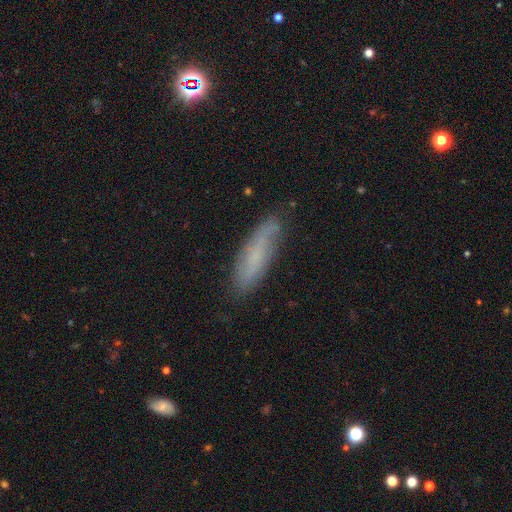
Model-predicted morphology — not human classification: A smooth galaxy with no disk features (58%) that is cigar-shaped (63%).

Vote fractions:
- Smooth or featured? smooth: 58% / featured or disk: 32% / star or artifact: 10%
- How rounded? cigar-shaped: 63% / in between: 35% / round: 2%
- Merging? none: 73% / minor disturbance: 20% / major disturbance: 5% / merger: 2%